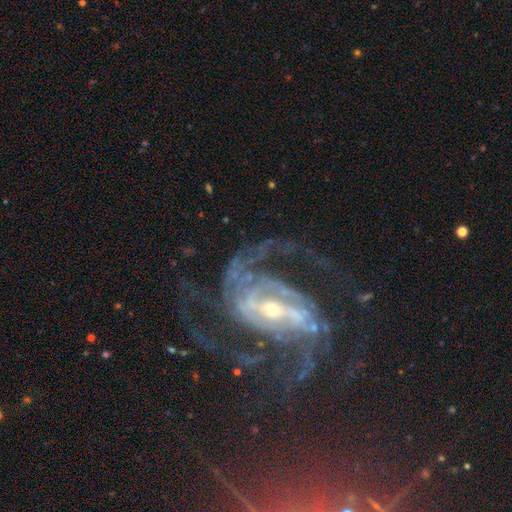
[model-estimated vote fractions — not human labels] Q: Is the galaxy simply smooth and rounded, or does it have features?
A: featured or disk — 90%.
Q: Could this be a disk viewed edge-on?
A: no — 97%.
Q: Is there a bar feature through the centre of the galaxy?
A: strong — 62%.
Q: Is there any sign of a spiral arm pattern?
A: yes — 98%.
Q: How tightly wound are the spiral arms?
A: medium — 51%.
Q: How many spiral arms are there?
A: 2 — 51%.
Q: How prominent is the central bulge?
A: small — 61%.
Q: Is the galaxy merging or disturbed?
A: none — 57%.